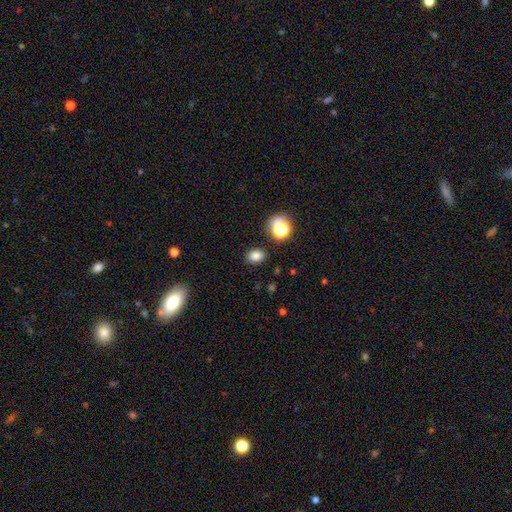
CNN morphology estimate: Smooth or featured?
  - smooth: 80% *
  - star or artifact: 15%
  - featured or disk: 5%
How rounded?
  - in between: 60% *
  - round: 39%
  - cigar-shaped: 1%
Merging?
  - none: 85% *
  - minor disturbance: 9%
  - merger: 3%
  - major disturbance: 3%